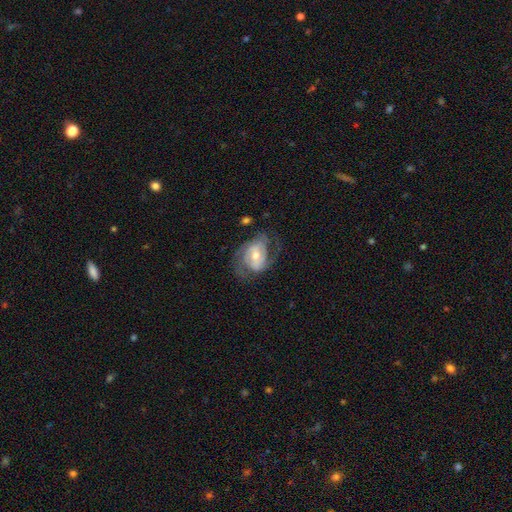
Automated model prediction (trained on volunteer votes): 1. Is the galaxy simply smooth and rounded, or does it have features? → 77% featured or disk, 17% smooth, 6% star or artifact.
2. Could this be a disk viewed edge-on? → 96% no, 4% yes.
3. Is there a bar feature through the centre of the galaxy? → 42% weak, 38% no, 20% strong.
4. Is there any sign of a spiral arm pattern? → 90% yes, 10% no.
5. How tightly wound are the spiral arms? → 47% medium, 31% tight, 22% loose.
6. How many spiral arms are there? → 64% 2, 15% can't tell, 12% 3, 4% 1, 2% 4, 2% more than 4.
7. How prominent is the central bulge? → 58% moderate, 35% small, 5% large, 1% none, 1% dominant.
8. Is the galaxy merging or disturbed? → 58% none, 21% minor disturbance, 20% major disturbance, 2% merger.